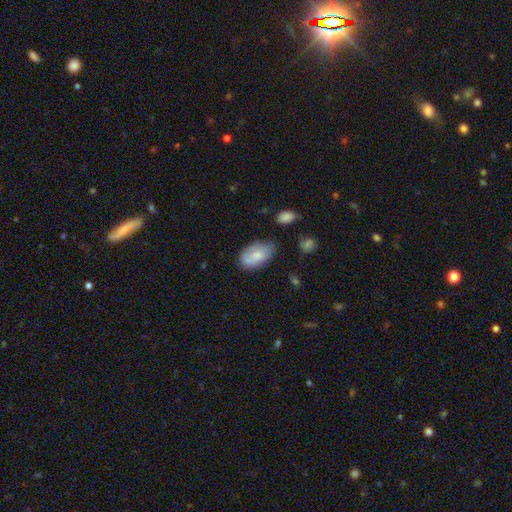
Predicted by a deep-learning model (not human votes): Smooth or featured? smooth (76%)
How rounded? in between (93%)
Merging? none (62%)